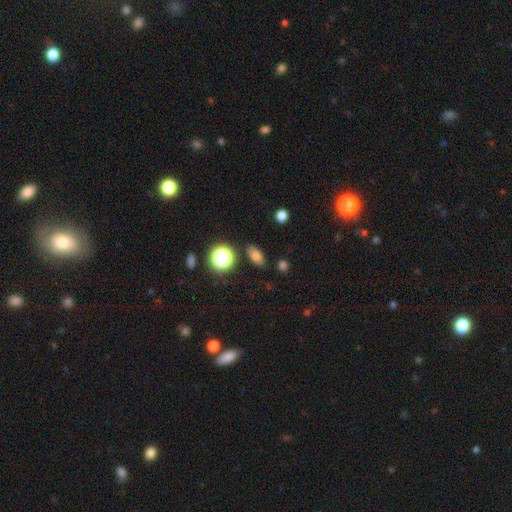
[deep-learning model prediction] Smooth or featured?
  - smooth: 72% *
  - star or artifact: 16%
  - featured or disk: 11%
How rounded?
  - in between: 80% *
  - round: 13%
  - cigar-shaped: 6%
Merging?
  - none: 85% *
  - minor disturbance: 10%
  - major disturbance: 3%
  - merger: 3%